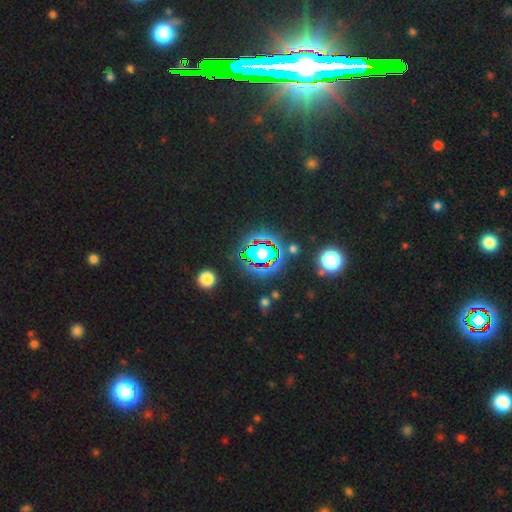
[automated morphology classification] The model was most divided on "smooth or featured": star or artifact: 81%, smooth: 10%, featured or disk: 9%.